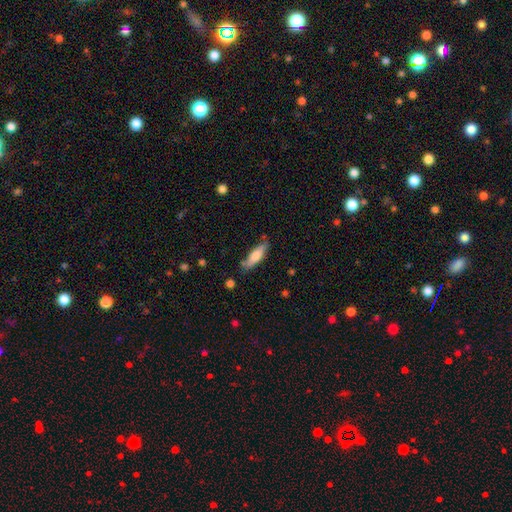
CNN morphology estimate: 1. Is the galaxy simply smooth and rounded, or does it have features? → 69% smooth, 25% featured or disk, 6% star or artifact.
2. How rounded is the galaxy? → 61% cigar-shaped, 37% in between, 2% round.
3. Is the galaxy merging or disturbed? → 74% none, 18% minor disturbance, 4% merger, 4% major disturbance.